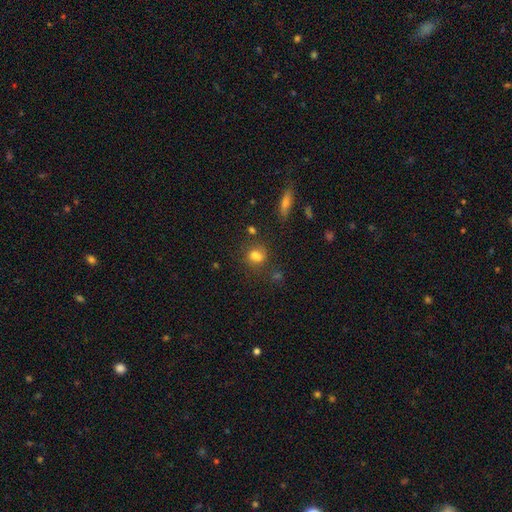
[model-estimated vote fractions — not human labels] This appears to be a smooth galaxy with no disk features (75%) that is round (53%). Merging: none (60%).